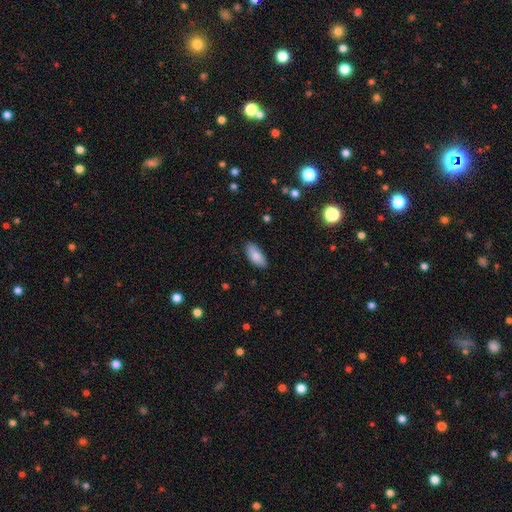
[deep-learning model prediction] smooth 85%, featured or disk 8%, star or artifact 7%. Down the decision tree: how rounded — in between (87%); merging — none (83%).